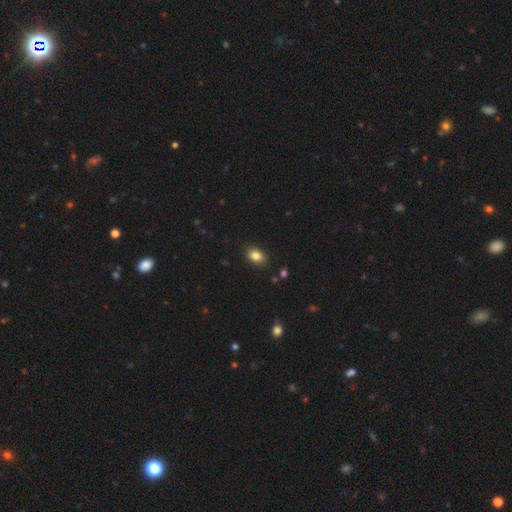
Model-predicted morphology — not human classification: This appears to be a smooth galaxy with no disk features (84%) that is in between round and cigar-shaped (81%). Merging: none (87%).